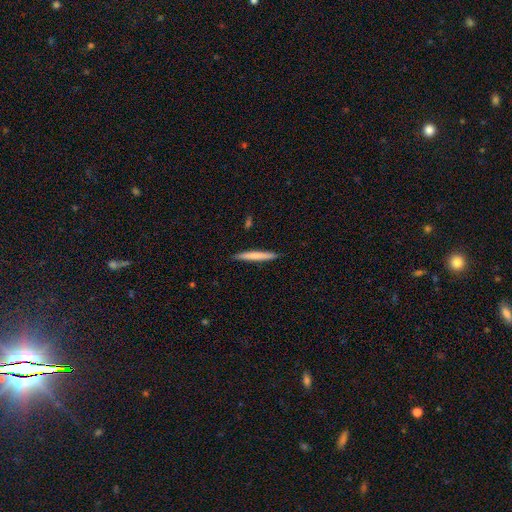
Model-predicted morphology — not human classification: This appears to be a smooth galaxy with no disk features (71%) that is cigar-shaped (96%). Merging: none (89%).